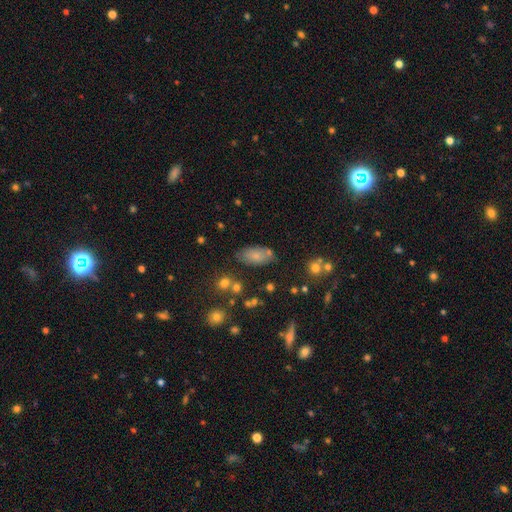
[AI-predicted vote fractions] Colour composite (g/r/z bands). It shows a smooth galaxy with no disk features (75%) that is in between round and cigar-shaped (91%). Merging: none (70%).